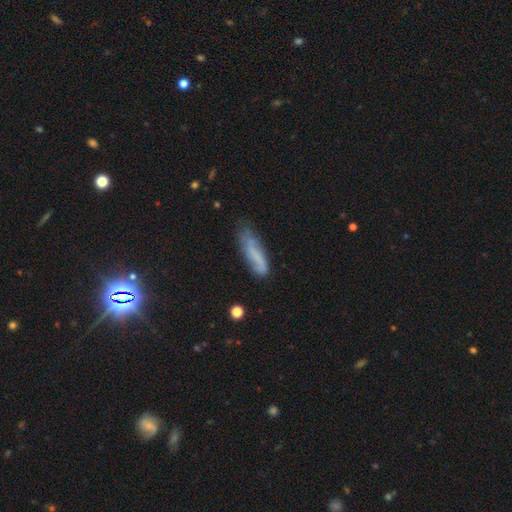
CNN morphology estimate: Smooth or featured?
  - smooth: 57% *
  - featured or disk: 34%
  - star or artifact: 9%
How rounded?
  - cigar-shaped: 63% *
  - in between: 35%
  - round: 2%
Merging?
  - none: 56% *
  - minor disturbance: 31%
  - major disturbance: 10%
  - merger: 3%